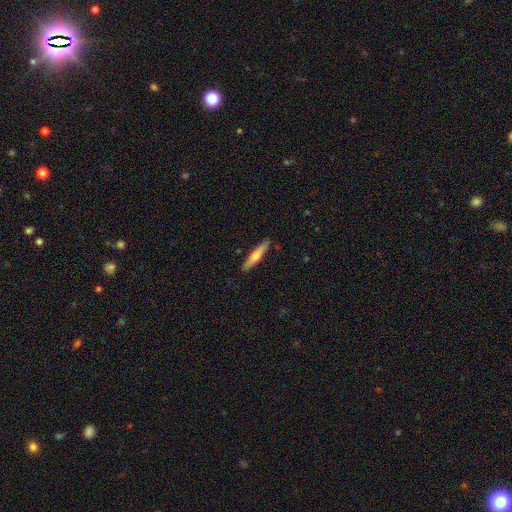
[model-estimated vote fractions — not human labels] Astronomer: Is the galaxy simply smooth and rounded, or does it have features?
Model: smooth — 57% (runner-up: featured or disk, 37%).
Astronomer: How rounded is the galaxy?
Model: cigar-shaped — 91%.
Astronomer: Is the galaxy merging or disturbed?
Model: none — 89%.